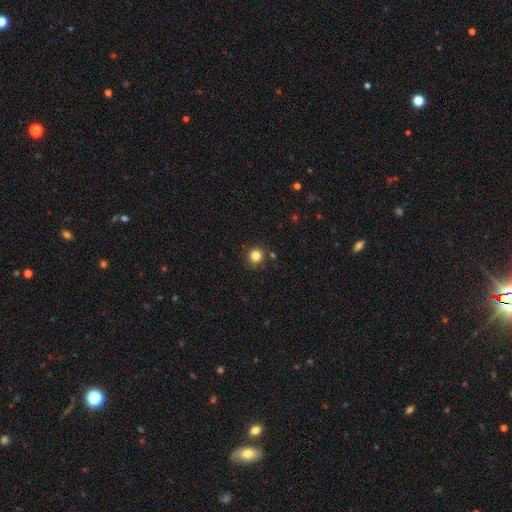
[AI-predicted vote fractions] The model was most divided on "smooth or featured": smooth: 83%, star or artifact: 13%, featured or disk: 5%. More confident: how rounded — round (93%); merging — none (87%).